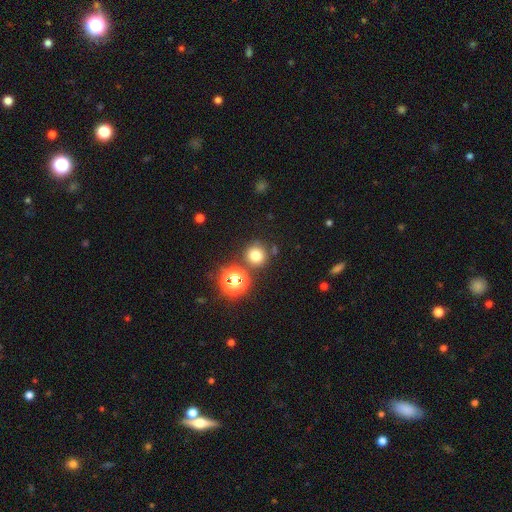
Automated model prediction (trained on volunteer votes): This is likely a smooth galaxy (71%). How rounded: clearly round (92%). Merging: likely none (79%).